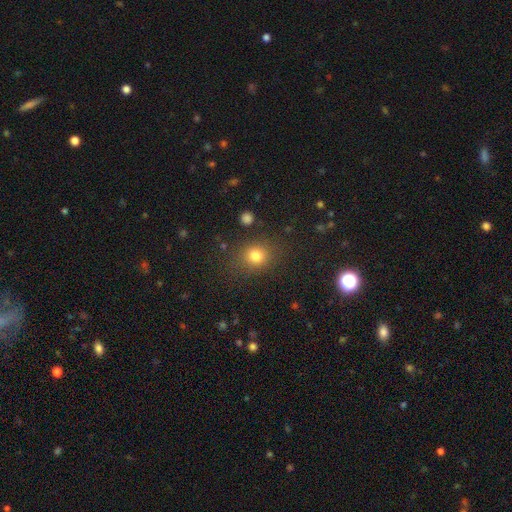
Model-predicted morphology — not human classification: Overall: smooth (80%). How rounded: round (74%). Merging: none (82%).